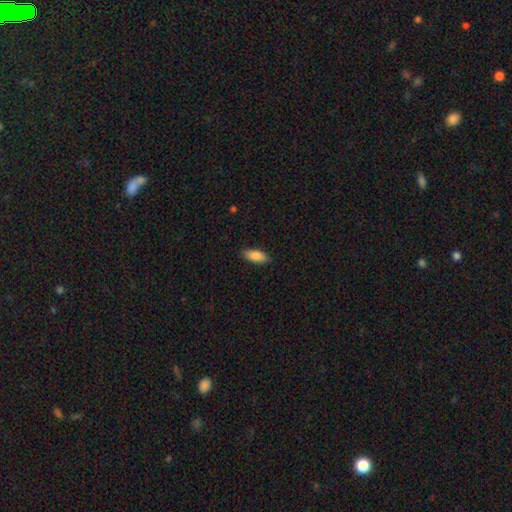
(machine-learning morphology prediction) smooth 85%, featured or disk 9%, star or artifact 6%. Down the decision tree: how rounded — in between (78%); merging — none (87%).